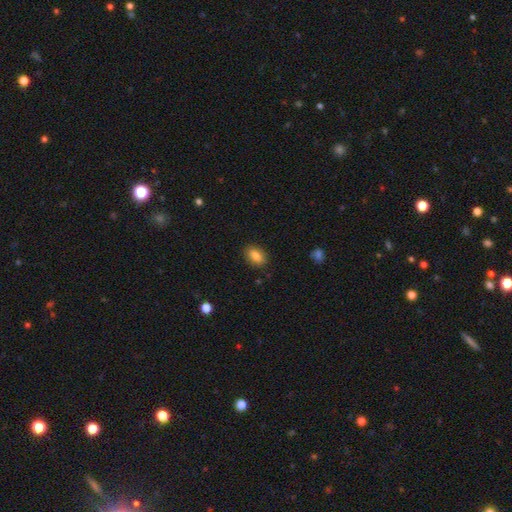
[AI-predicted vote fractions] smooth-or-featured: smooth: 82% | featured or disk: 10% | star or artifact: 8%
  how-rounded: in between: 85% | round: 10% | cigar-shaped: 4%
  merging: none: 87% | minor disturbance: 10% | major disturbance: 2% | merger: 1%